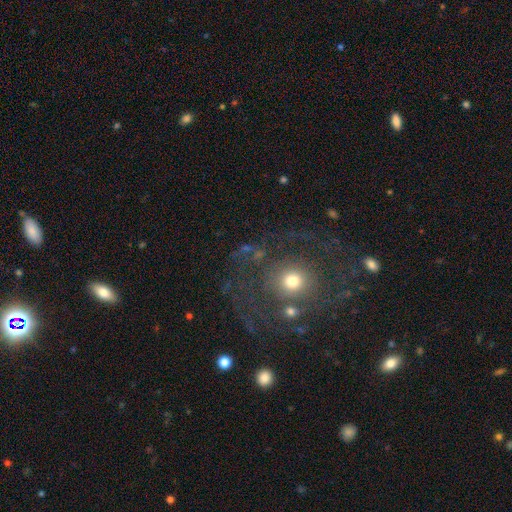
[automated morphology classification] The model was most divided on "smooth or featured": featured or disk: 49%, smooth: 33%, star or artifact: 18%. More confident: merging — none (70%).